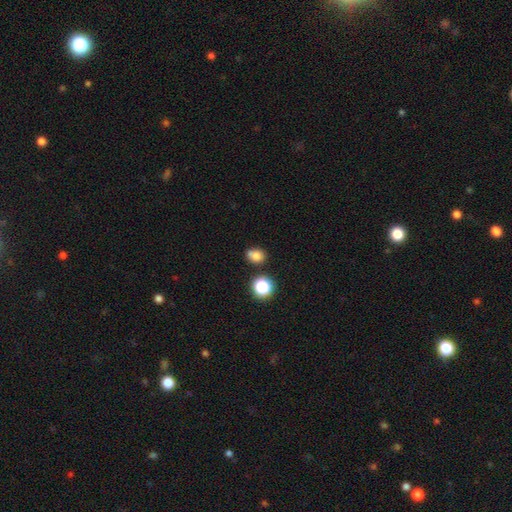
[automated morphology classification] Q: Smooth or featured?
A: smooth (77%); runner-up: star or artifact (15%)
Q: How rounded?
A: round (55%); runner-up: in between (44%)
Q: Merging?
A: none (61%); runner-up: merger (19%)